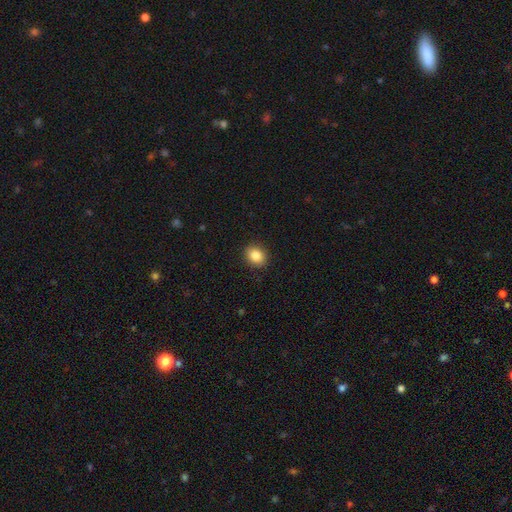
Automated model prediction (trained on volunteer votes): Smooth or featured?
  - smooth: 85% *
  - star or artifact: 9%
  - featured or disk: 5%
How rounded?
  - round: 53% *
  - in between: 46%
  - cigar-shaped: 1%
Merging?
  - none: 90% *
  - minor disturbance: 7%
  - major disturbance: 2%
  - merger: 1%